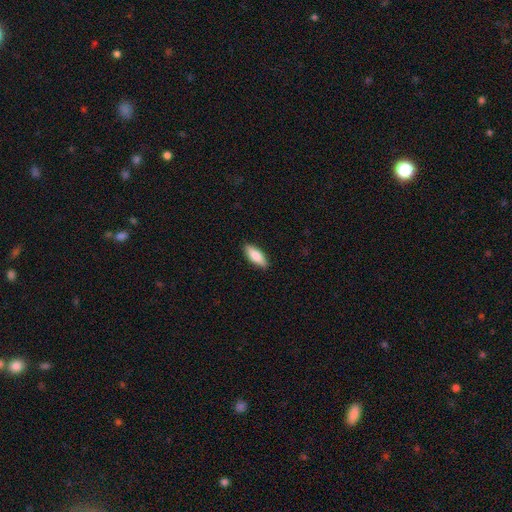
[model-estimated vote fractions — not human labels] Smooth or featured: smooth — 82% (featured or disk — 12%)
How rounded: in between — 72% (cigar-shaped — 26%)
Merging: none — 89% (minor disturbance — 9%)